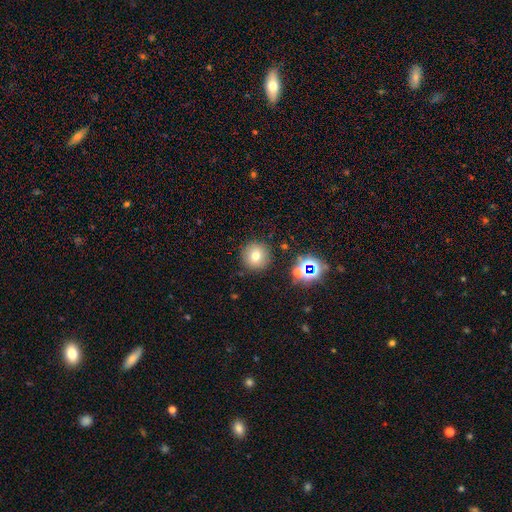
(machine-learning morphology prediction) Smooth or featured?
  - smooth: 71% *
  - star or artifact: 17%
  - featured or disk: 12%
How rounded?
  - round: 95% *
  - in between: 4%
  - cigar-shaped: 1%
Merging?
  - none: 87% *
  - minor disturbance: 7%
  - merger: 3%
  - major disturbance: 3%